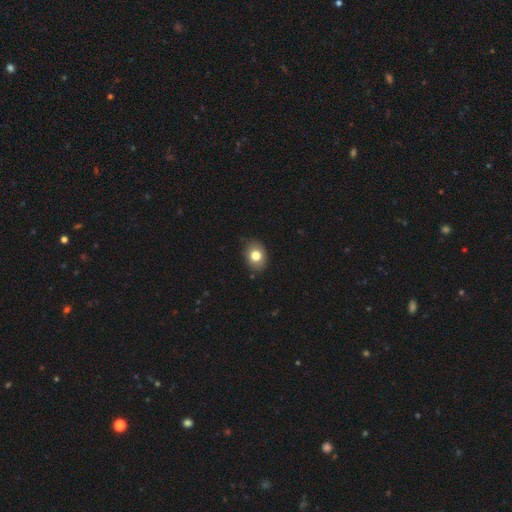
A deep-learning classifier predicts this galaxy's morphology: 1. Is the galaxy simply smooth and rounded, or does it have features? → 79% smooth, 12% featured or disk, 9% star or artifact.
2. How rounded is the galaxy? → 58% in between, 41% round, 1% cigar-shaped.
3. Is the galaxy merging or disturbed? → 77% none, 18% minor disturbance, 3% major disturbance, 1% merger.